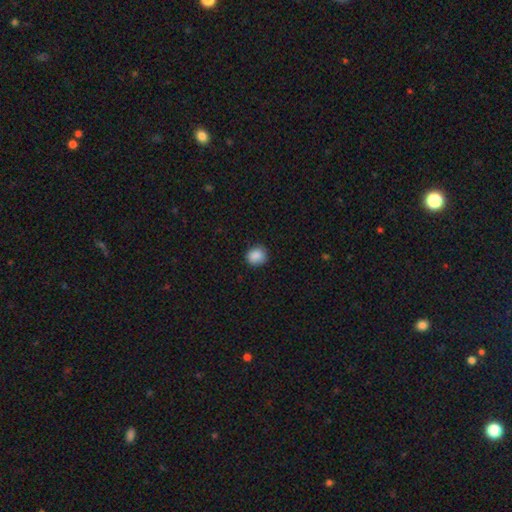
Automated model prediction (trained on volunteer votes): This is clearly a smooth galaxy (88%). How rounded: clearly round (80%). Merging: clearly none (87%).